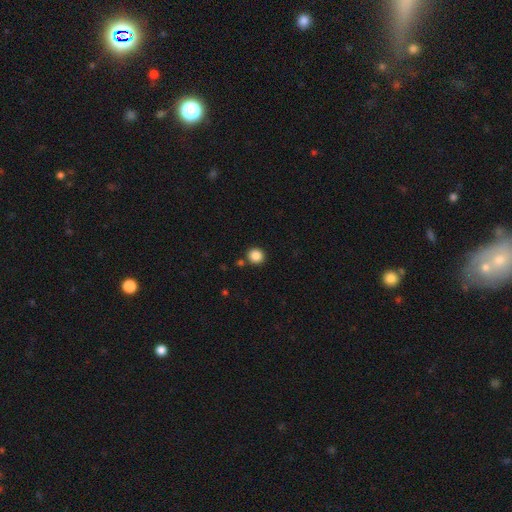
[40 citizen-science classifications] smooth-or-featured: smooth: 90% | star or artifact: 10% | featured or disk: 0%
  how-rounded: round: 92% | in between: 8% | cigar-shaped: 0%
  merging: none: 81% | minor disturbance: 11% | merger: 6% | major disturbance: 3%